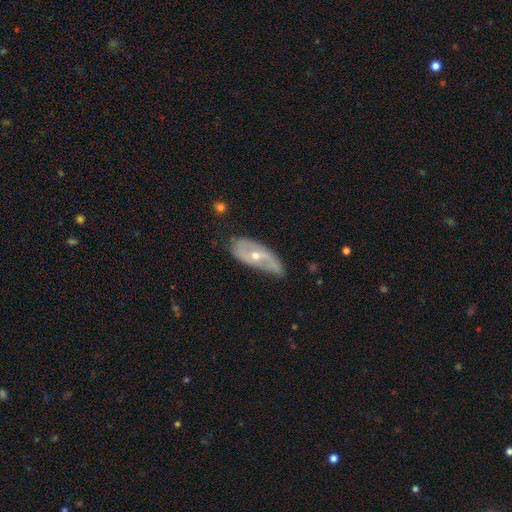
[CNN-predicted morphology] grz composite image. It shows a featured or disk galaxy (71%) with no bar (56%), spiral arms (80%) and a moderate central bulge (49%). Merging: none (56%).